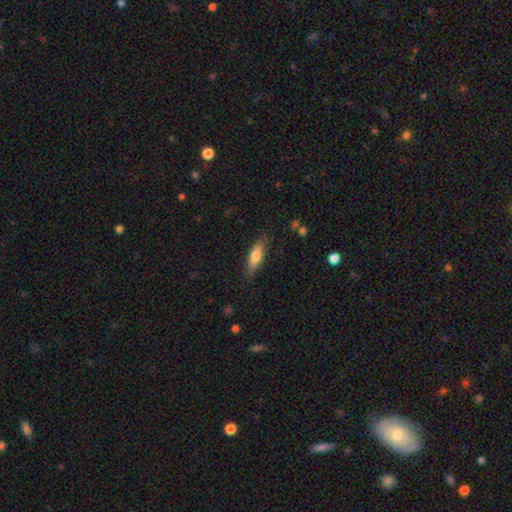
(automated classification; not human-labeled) This appears to be a smooth galaxy with no disk features (73%) that is cigar-shaped (51%). Merging: none (84%).